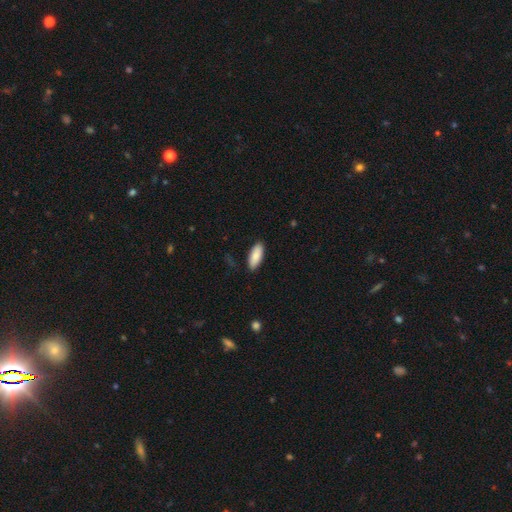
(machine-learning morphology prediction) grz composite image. It shows a smooth galaxy with no disk features (87%) that is in between round and cigar-shaped (79%). Merging: none (87%).